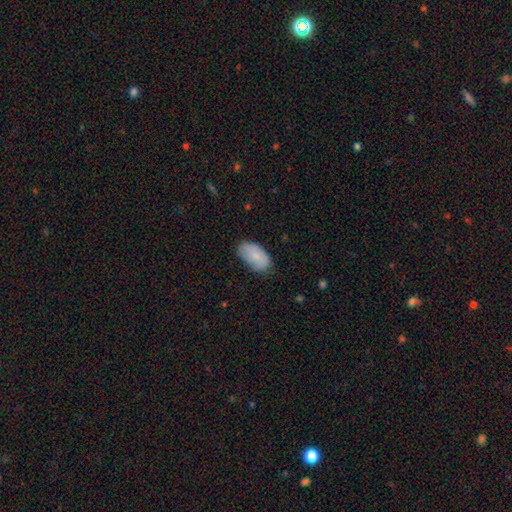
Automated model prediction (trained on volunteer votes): A smooth galaxy with no disk features (78%) that is in between round and cigar-shaped (94%).

Vote fractions:
- Smooth or featured? smooth: 78% / featured or disk: 16% / star or artifact: 6%
- How rounded? in between: 94% / round: 4% / cigar-shaped: 2%
- Merging? none: 70% / minor disturbance: 24% / major disturbance: 5% / merger: 1%